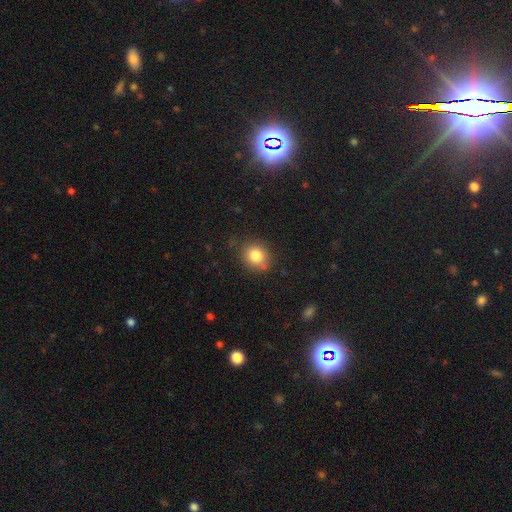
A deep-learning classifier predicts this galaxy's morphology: smooth_or_featured: smooth (p=0.82) [alt: star or artifact p=0.10]
how_rounded: round (p=0.70) [alt: in between p=0.29]
merging: none (p=0.76) [alt: minor disturbance p=0.17]